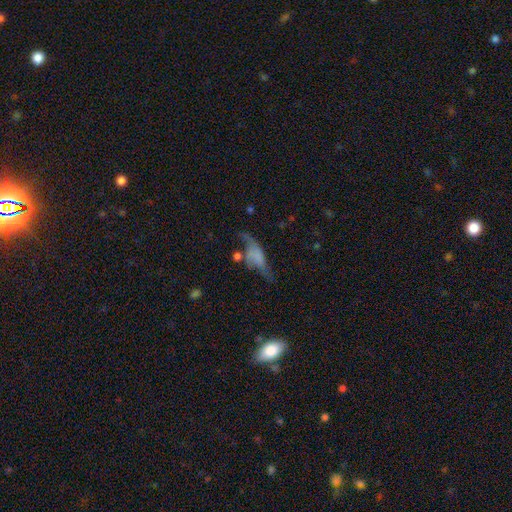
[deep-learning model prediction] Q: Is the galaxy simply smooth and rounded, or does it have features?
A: featured or disk — 50%.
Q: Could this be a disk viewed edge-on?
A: no — 80%.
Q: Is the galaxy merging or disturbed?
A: none — 32%.